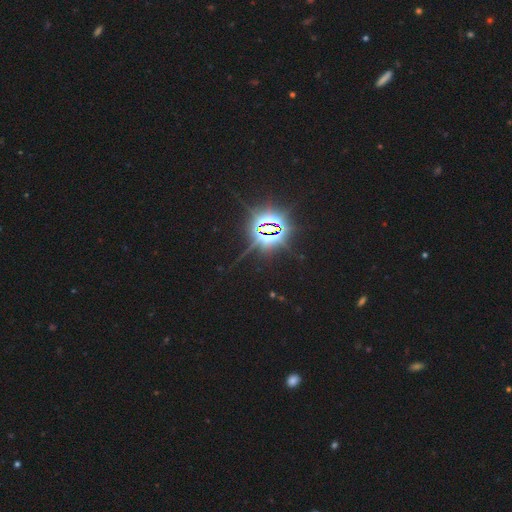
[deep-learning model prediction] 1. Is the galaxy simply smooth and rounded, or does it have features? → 86% star or artifact, 9% smooth, 5% featured or disk.